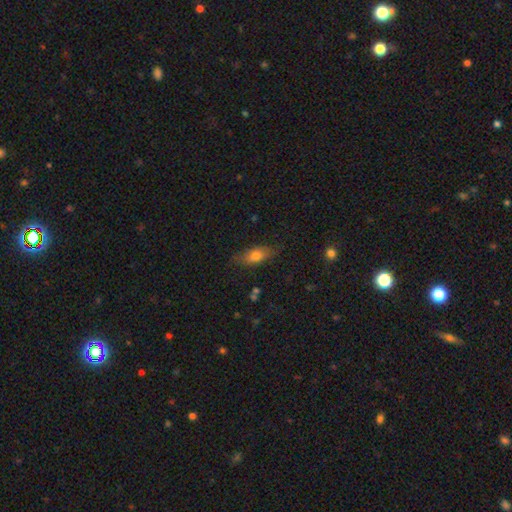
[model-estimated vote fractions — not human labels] Overall: smooth (68%). How rounded: in between (74%). Merging: none (78%).